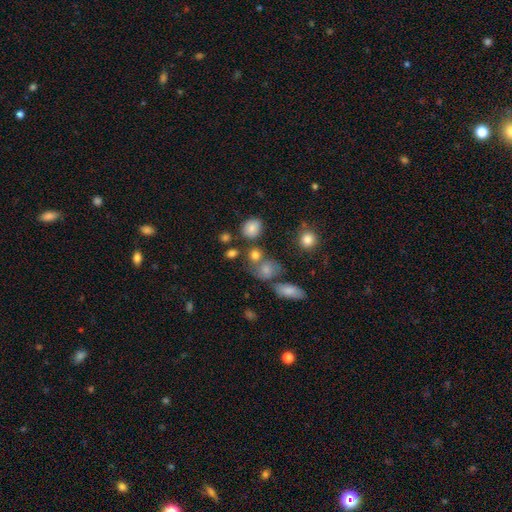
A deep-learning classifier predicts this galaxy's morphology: Q: Smooth or featured?
A: smooth (54%); runner-up: star or artifact (31%)
Q: How rounded?
A: round (69%); runner-up: in between (28%)
Q: Merging?
A: none (60%); runner-up: merger (21%)